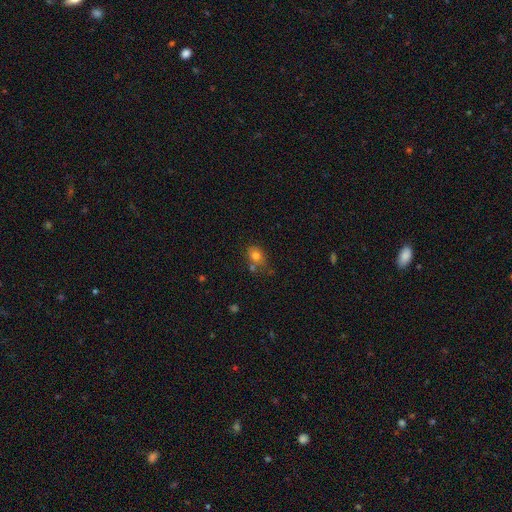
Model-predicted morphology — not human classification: Q: Smooth or featured?
A: smooth (78%); runner-up: star or artifact (12%)
Q: How rounded?
A: in between (55%); runner-up: round (44%)
Q: Merging?
A: none (57%); runner-up: minor disturbance (20%)